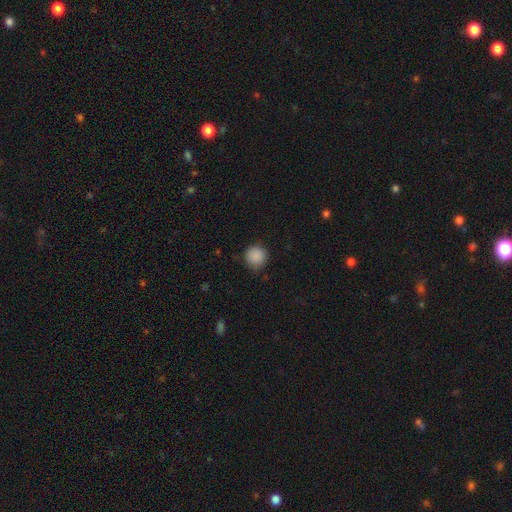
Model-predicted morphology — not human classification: Smooth or featured? smooth (88%)
How rounded? round (93%)
Merging? none (81%)